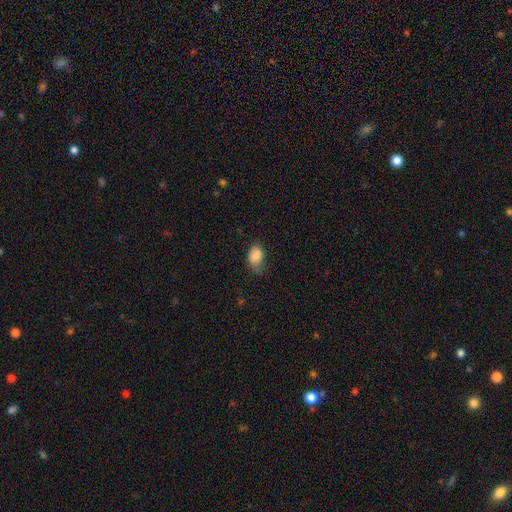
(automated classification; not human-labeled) Smooth or featured: smooth — 87% (star or artifact — 8%)
How rounded: in between — 85% (round — 13%)
Merging: none — 58% (minor disturbance — 32%)